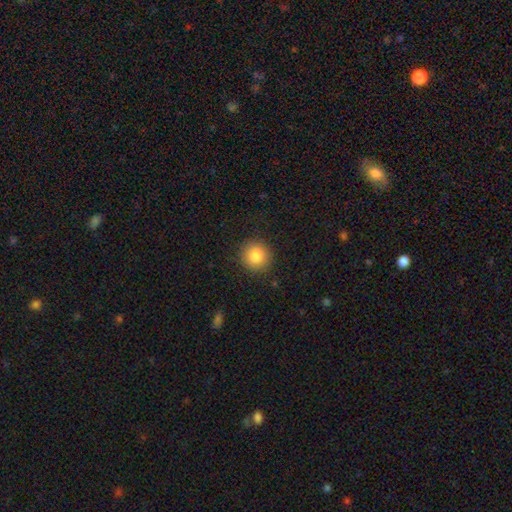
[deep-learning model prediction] This is clearly a smooth galaxy (86%). How rounded: clearly round (92%). Merging: clearly none (89%).